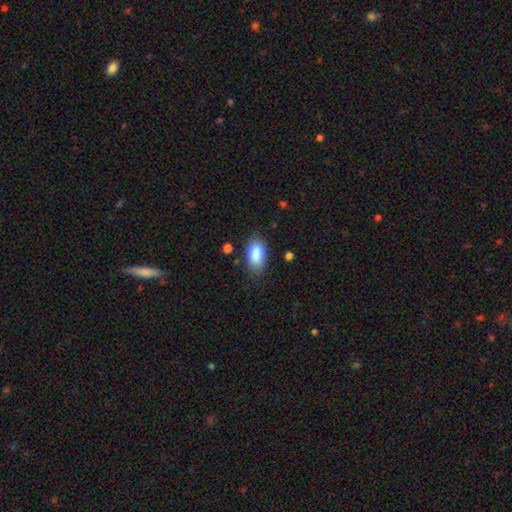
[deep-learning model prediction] smooth-or-featured: smooth: 87% | star or artifact: 7% | featured or disk: 6%
  how-rounded: in between: 92% | cigar-shaped: 4% | round: 4%
  merging: none: 79% | minor disturbance: 15% | major disturbance: 4% | merger: 2%